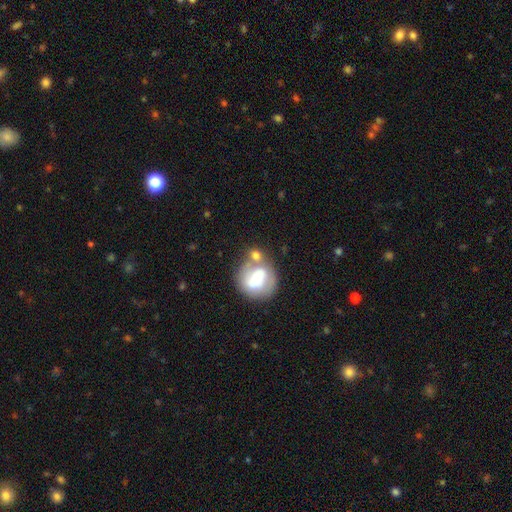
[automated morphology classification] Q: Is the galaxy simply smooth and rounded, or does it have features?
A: smooth — 48%.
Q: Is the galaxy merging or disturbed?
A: none — 40%.